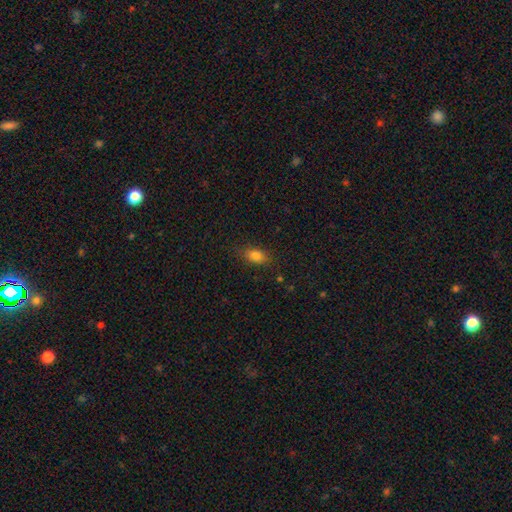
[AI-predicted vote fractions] smooth-or-featured: smooth: 82% | star or artifact: 11% | featured or disk: 7%
  how-rounded: in between: 81% | round: 14% | cigar-shaped: 5%
  merging: none: 83% | minor disturbance: 13% | major disturbance: 3% | merger: 1%